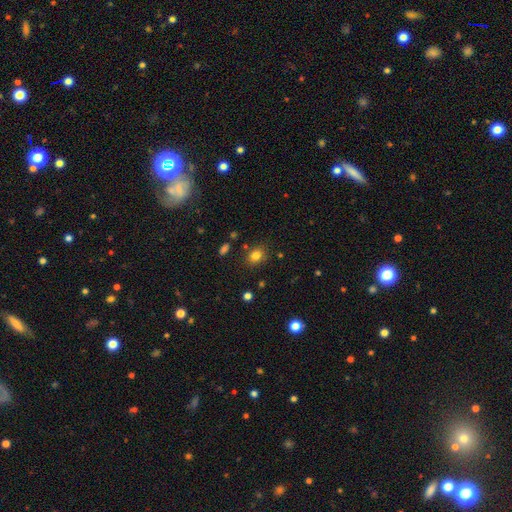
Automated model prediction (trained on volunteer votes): This is clearly a smooth galaxy (80%). How rounded: possibly round (57%). Merging: clearly none (84%).